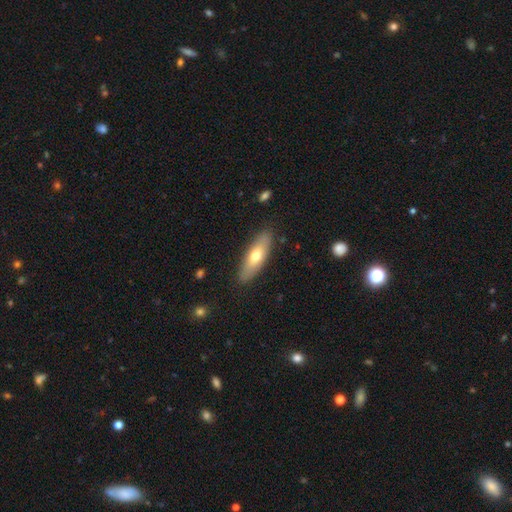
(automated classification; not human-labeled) Smooth or featured?
  - smooth: 63% *
  - featured or disk: 31%
  - star or artifact: 6%
How rounded?
  - in between: 56% *
  - cigar-shaped: 42%
  - round: 2%
Merging?
  - none: 86% *
  - minor disturbance: 10%
  - major disturbance: 2%
  - merger: 1%